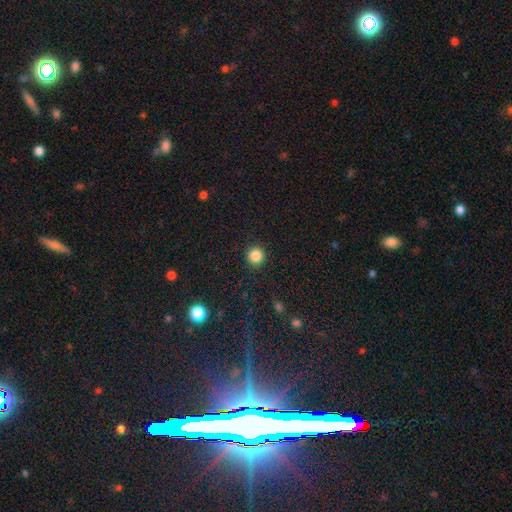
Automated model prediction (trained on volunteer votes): Smooth or featured: smooth — 86% (star or artifact — 11%)
How rounded: round — 94% (in between — 5%)
Merging: none — 92% (minor disturbance — 5%)